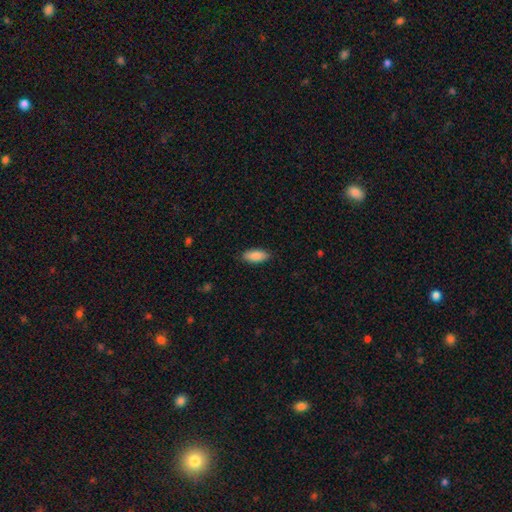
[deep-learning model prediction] Smooth or featured?
  - smooth: 88% *
  - featured or disk: 6%
  - star or artifact: 6%
How rounded?
  - in between: 87% *
  - cigar-shaped: 11%
  - round: 2%
Merging?
  - none: 87% *
  - minor disturbance: 10%
  - major disturbance: 2%
  - merger: 1%